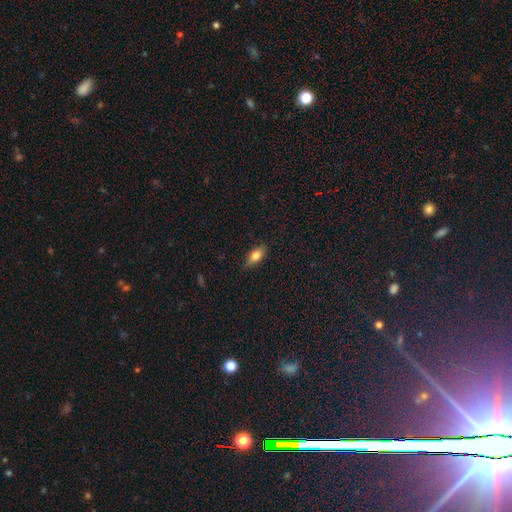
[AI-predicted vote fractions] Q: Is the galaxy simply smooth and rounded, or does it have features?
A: smooth — 77%.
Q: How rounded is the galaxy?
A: in between — 84%.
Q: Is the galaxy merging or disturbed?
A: none — 85%.